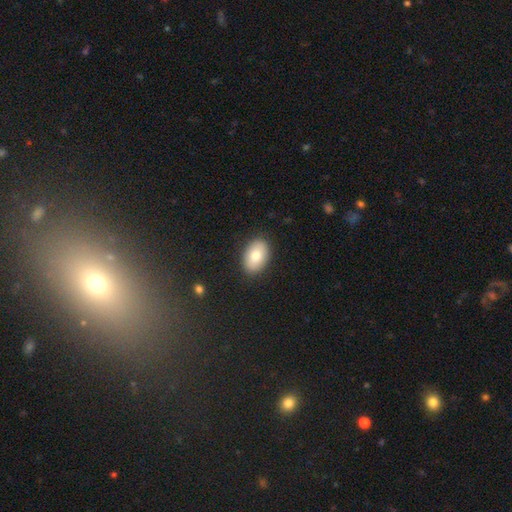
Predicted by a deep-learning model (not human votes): smooth_or_featured: smooth (p=0.78) [alt: featured or disk p=0.15]
how_rounded: in between (p=0.87) [alt: round p=0.12]
merging: none (p=0.88) [alt: minor disturbance p=0.09]